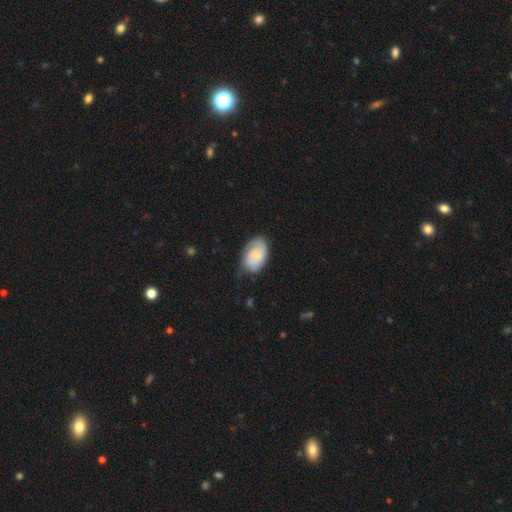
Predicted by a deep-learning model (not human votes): Smooth or featured? featured or disk (50%)
Edge-on disk? no (96%)
Merging? none (60%)